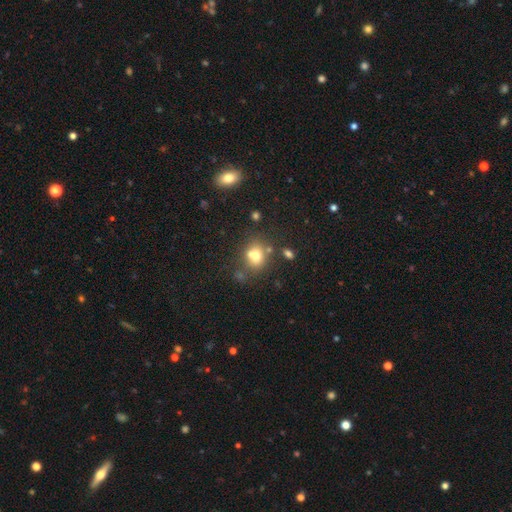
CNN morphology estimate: Smooth or featured: smooth — 67% (featured or disk — 18%)
How rounded: round — 65% (in between — 34%)
Merging: none — 49% (merger — 31%)